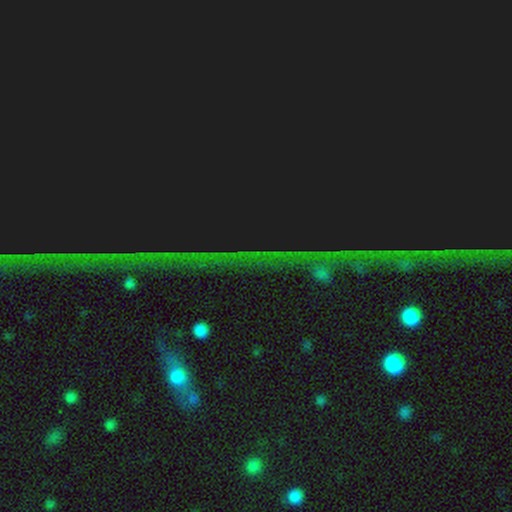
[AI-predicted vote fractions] star or artifact 80%, featured or disk 10%, smooth 10%.